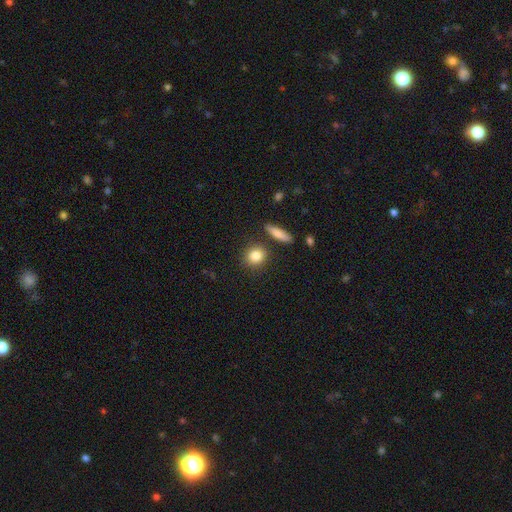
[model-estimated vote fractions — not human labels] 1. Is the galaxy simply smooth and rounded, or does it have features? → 85% smooth, 8% star or artifact, 8% featured or disk.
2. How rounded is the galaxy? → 74% round, 23% in between, 4% cigar-shaped.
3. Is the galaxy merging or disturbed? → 83% none, 8% minor disturbance, 6% merger, 3% major disturbance.